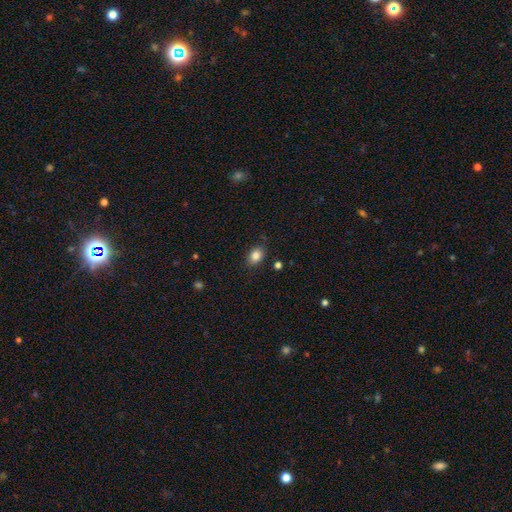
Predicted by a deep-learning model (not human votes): This appears to be a smooth galaxy with no disk features (85%) that is in between round and cigar-shaped (73%). Merging: none (84%).